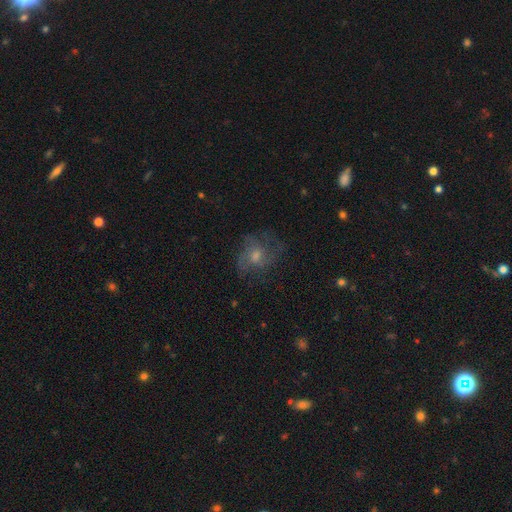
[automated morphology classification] Overall: featured or disk (59%; smooth 25%). Edge-on disk: no (96%). Bar: no (72%). Spiral arms: yes (82%). Bulge size: moderate (59%; small 27%). Merging: none (65%).